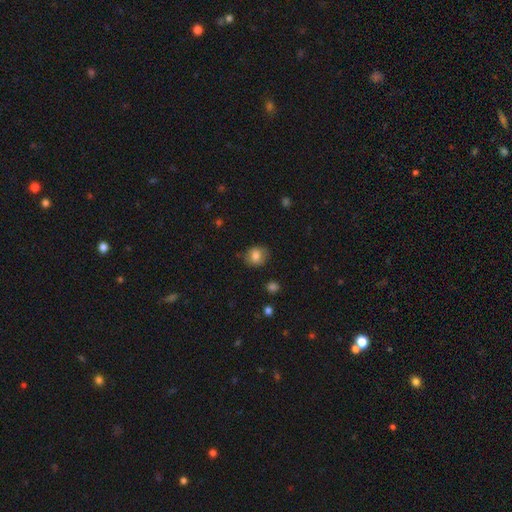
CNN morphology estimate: This appears to be a smooth galaxy with no disk features (81%) that is round (67%). Merging: none (78%).